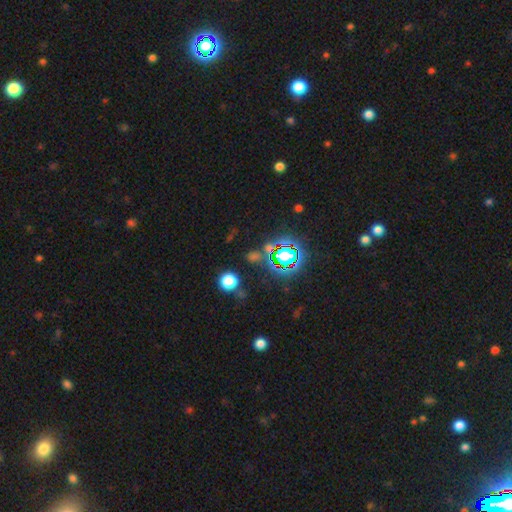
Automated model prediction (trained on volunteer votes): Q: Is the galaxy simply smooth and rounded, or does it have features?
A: star or artifact — 69%.